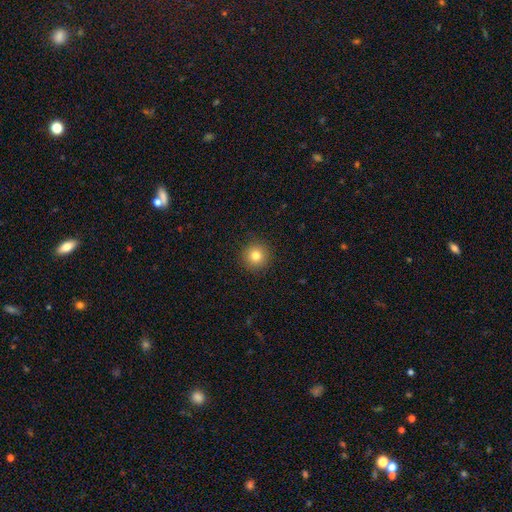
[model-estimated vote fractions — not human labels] Smooth or featured: smooth — 81% (star or artifact — 12%)
How rounded: round — 95% (in between — 4%)
Merging: none — 92% (minor disturbance — 5%)